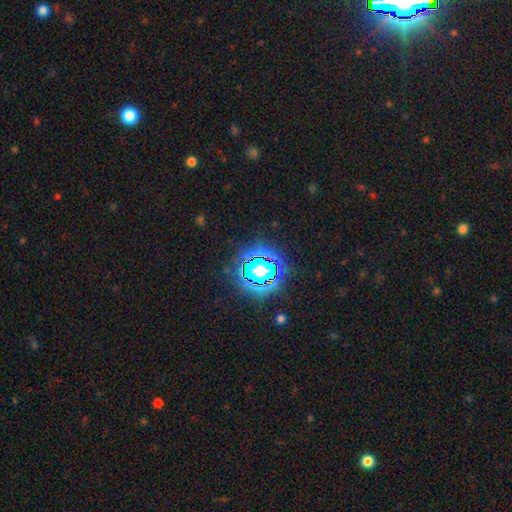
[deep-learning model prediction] Smooth or featured: star or artifact — 83% (smooth — 11%)